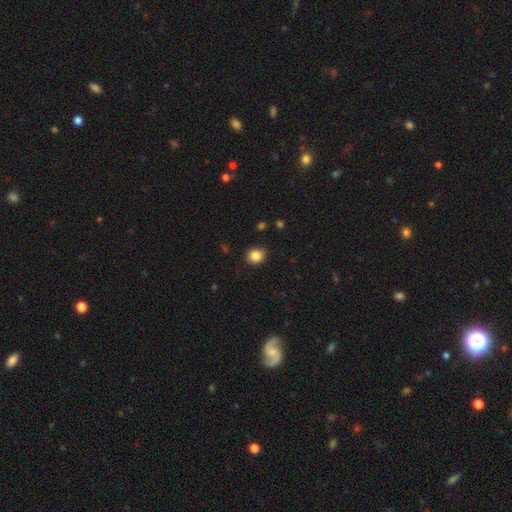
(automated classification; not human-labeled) Q: Smooth or featured?
A: smooth (85%); runner-up: star or artifact (10%)
Q: How rounded?
A: round (73%); runner-up: in between (26%)
Q: Merging?
A: none (88%); runner-up: minor disturbance (9%)